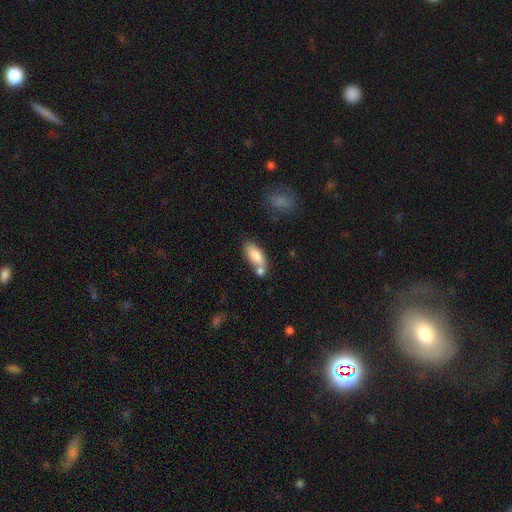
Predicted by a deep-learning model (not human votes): Smooth or featured: smooth — 82% (featured or disk — 11%)
How rounded: in between — 81% (cigar-shaped — 16%)
Merging: none — 46% (merger — 34%)